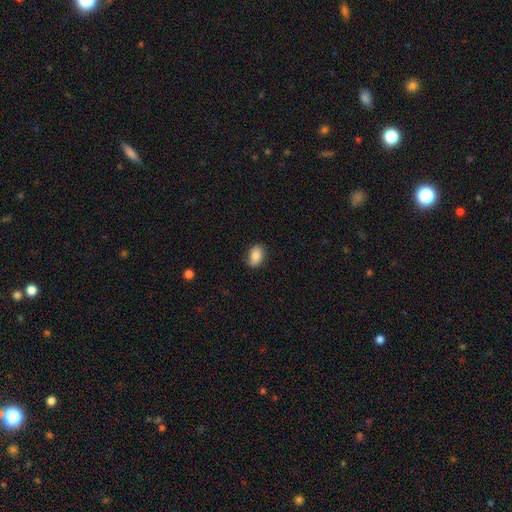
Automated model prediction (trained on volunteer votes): Smooth or featured: smooth — 85% (featured or disk — 8%)
How rounded: in between — 87% (round — 11%)
Merging: none — 83% (minor disturbance — 14%)